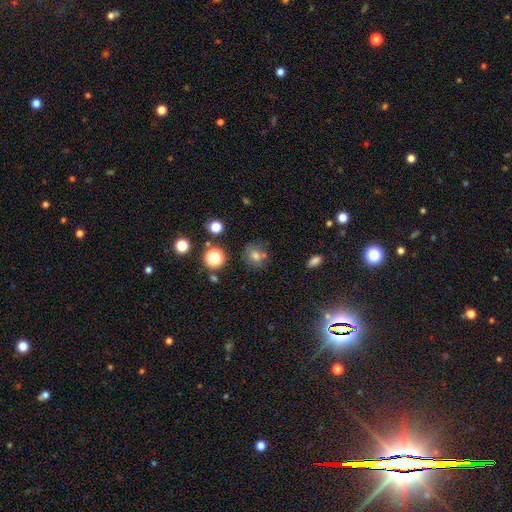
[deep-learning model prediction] A smooth galaxy with no disk features (64%) that is round (72%). Merging: none (65%).